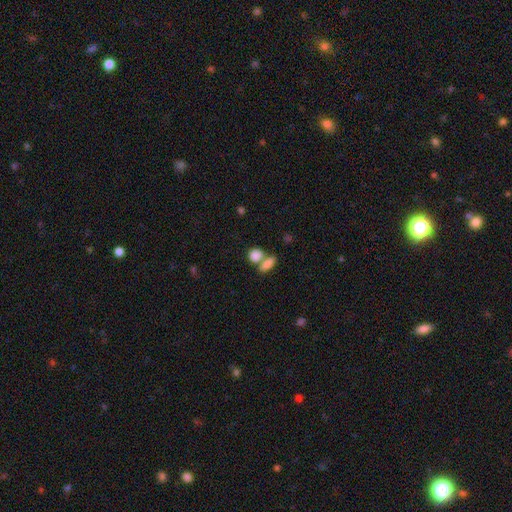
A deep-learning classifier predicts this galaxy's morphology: Smooth or featured? Predicted: smooth (p=0.84). How rounded? Predicted: in between (p=0.57). Merging? Predicted: merger (p=0.50).